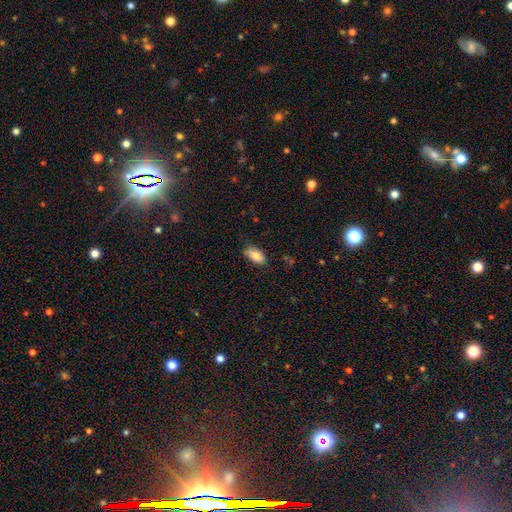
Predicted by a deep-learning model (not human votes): A smooth galaxy with no disk features (83%) that is in between round and cigar-shaped (92%). Merging: none (74%).